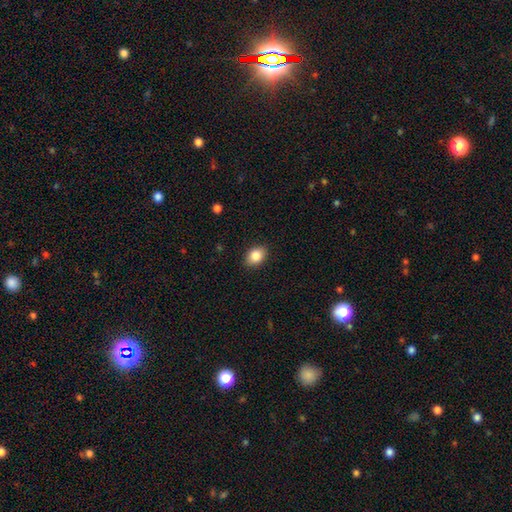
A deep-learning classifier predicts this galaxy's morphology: smooth 85%, star or artifact 9%, featured or disk 7%. Down the decision tree: how rounded — in between (71%); merging — none (89%).